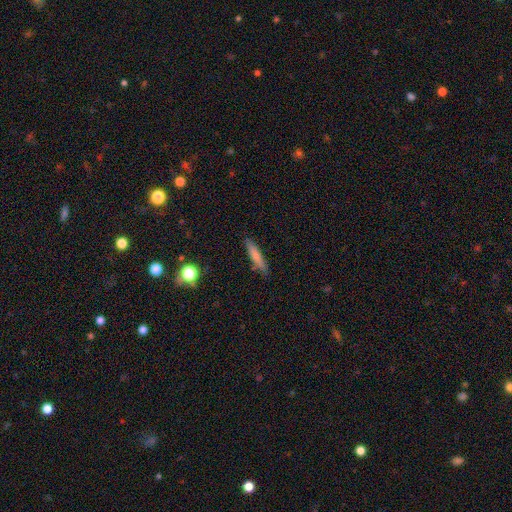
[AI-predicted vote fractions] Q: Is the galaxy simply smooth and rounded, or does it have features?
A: smooth — 75%.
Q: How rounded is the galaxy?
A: cigar-shaped — 86%.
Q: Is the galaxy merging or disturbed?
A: none — 83%.